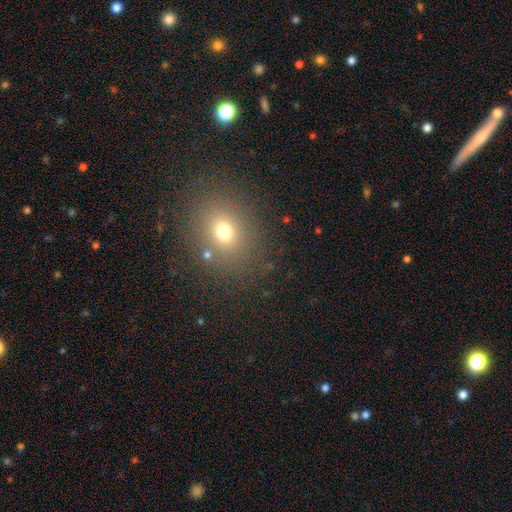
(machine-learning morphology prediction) Overall: smooth (62%; star or artifact 28%). How rounded: round (61%; in between 37%). Merging: none (88%).